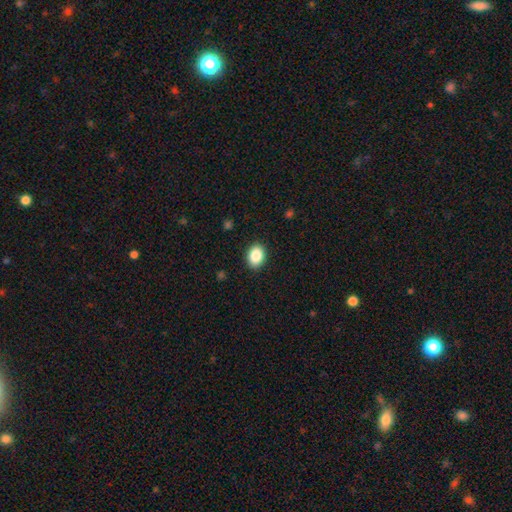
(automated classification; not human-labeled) Smooth or featured? smooth (87%)
How rounded? in between (72%)
Merging? none (89%)